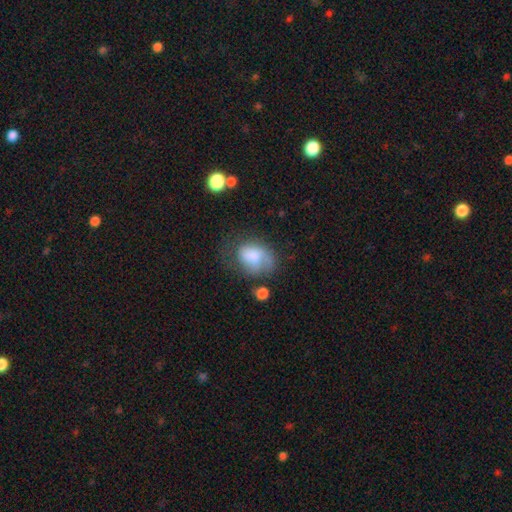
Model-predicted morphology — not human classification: A smooth galaxy with no disk features (69%) that is in between round and cigar-shaped (68%). Merging: none (33%).